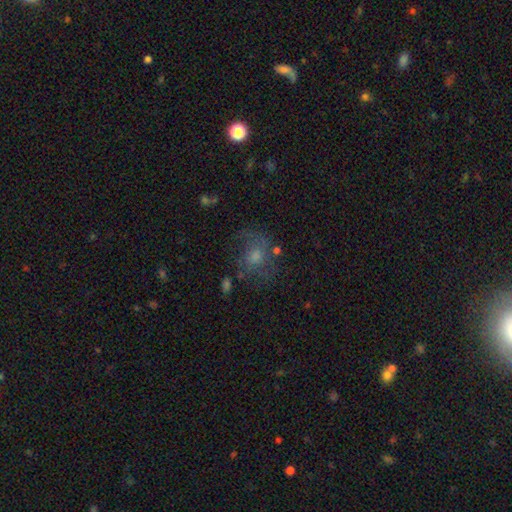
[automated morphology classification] type=featured or disk (43%); merging=none (61%).